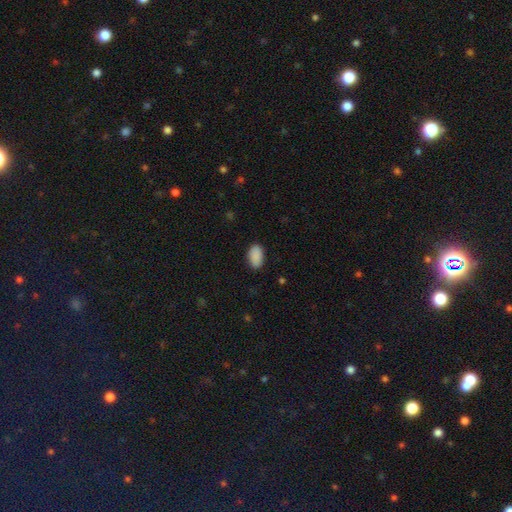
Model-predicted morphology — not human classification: A smooth galaxy with no disk features (90%) that is in between round and cigar-shaped (94%). Merging: none (85%).